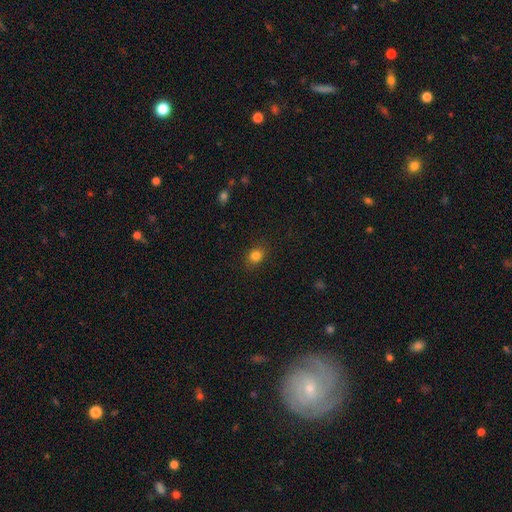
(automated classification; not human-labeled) Smooth or featured? Predicted: smooth (p=0.82). How rounded? Predicted: round (p=0.61). Merging? Predicted: none (p=0.87).